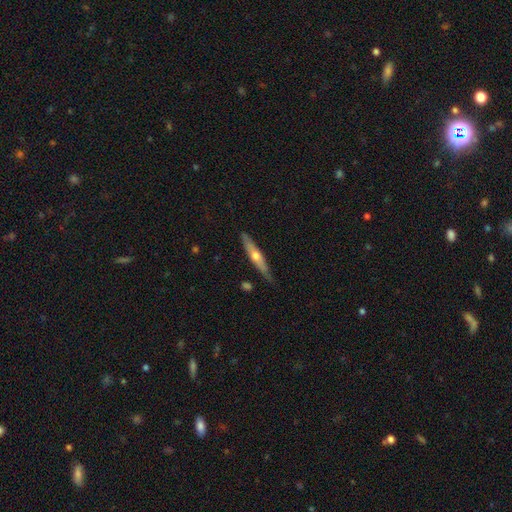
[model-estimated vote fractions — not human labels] This is possibly a featured or disk galaxy (59%). It is clearly viewed edge-on (93%). Edge-on bulge: clearly rounded (87%). Merging: clearly none (83%).